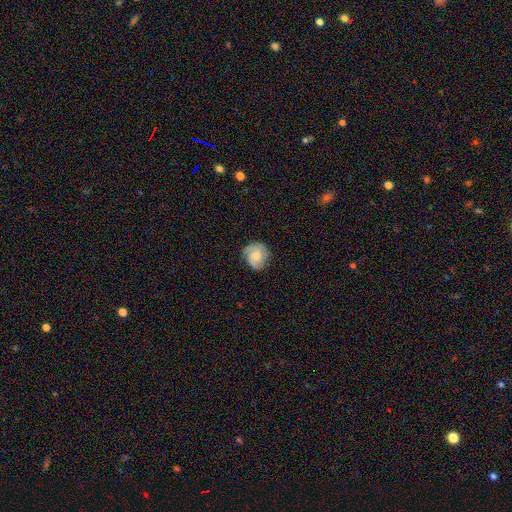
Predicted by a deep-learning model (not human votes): smooth_or_featured: featured or disk (p=0.51) [alt: smooth p=0.42]
disk_edge_on: no (p=0.98) [alt: yes p=0.02]
merging: none (p=0.70) [alt: minor disturbance p=0.22]